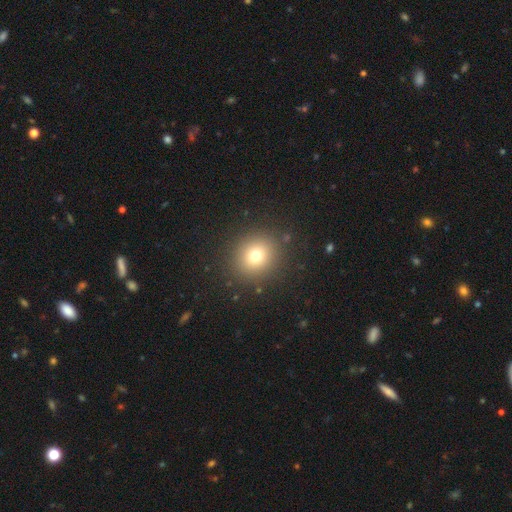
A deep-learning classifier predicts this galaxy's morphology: Smooth or featured: smooth — 73% (star or artifact — 17%)
How rounded: round — 85% (in between — 15%)
Merging: none — 89% (minor disturbance — 6%)